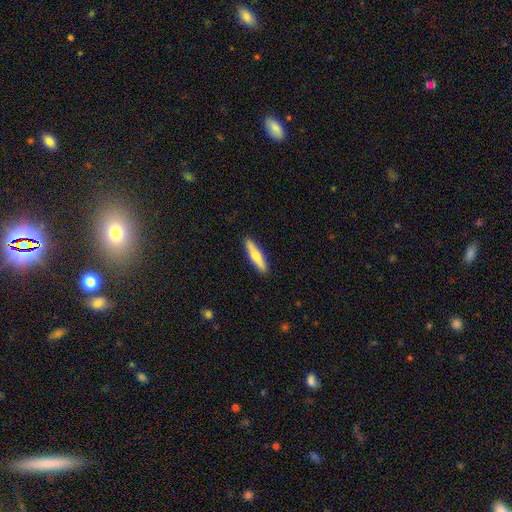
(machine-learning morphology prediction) Q: Smooth or featured?
A: smooth (60%); runner-up: featured or disk (34%)
Q: How rounded?
A: cigar-shaped (84%); runner-up: in between (15%)
Q: Merging?
A: none (90%); runner-up: minor disturbance (7%)